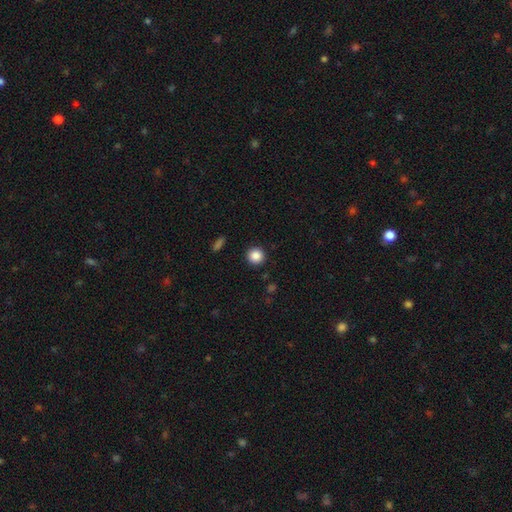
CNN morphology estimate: Smooth or featured? smooth (87%)
How rounded? round (94%)
Merging? none (92%)